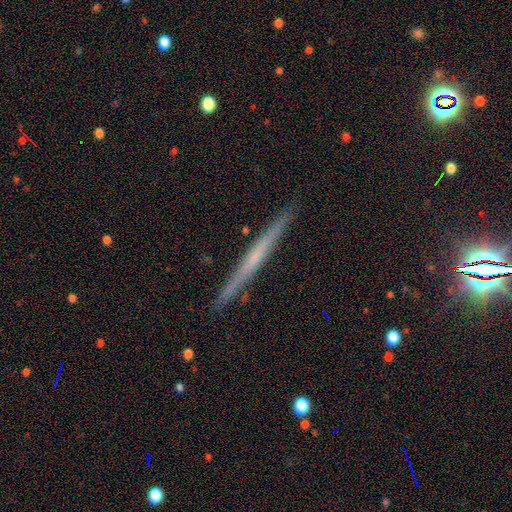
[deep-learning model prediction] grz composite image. It shows a featured or disk galaxy (60%) viewed edge-on (98%) with no central bulge (78%). Merging: none (92%).